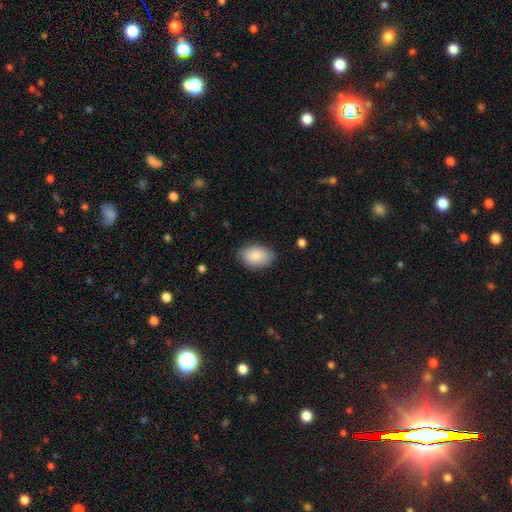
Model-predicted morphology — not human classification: A smooth galaxy with no disk features (87%) that is in between round and cigar-shaped (89%).

Vote fractions:
- Smooth or featured? smooth: 87% / featured or disk: 7% / star or artifact: 6%
- How rounded? in between: 89% / round: 9% / cigar-shaped: 1%
- Merging? none: 82% / minor disturbance: 14% / major disturbance: 3% / merger: 1%